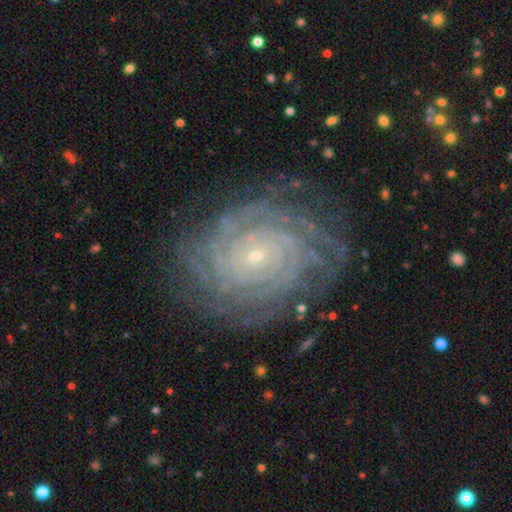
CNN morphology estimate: featured or disk 87%, star or artifact 7%, smooth 6%. Down the decision tree: edge-on disk — no (97%); bar — no (75%); spiral arms — yes (98%); spiral arm count — more than 4 (30%); spiral winding — tight (87%); bulge size — small (87%); merging — none (83%).